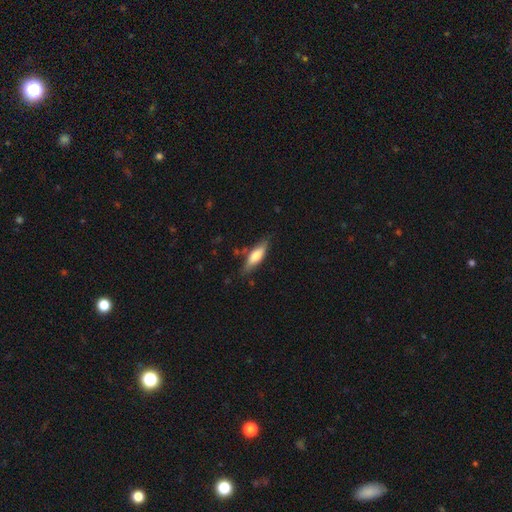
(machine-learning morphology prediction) Overall: smooth (69%). How rounded: in between (50%; cigar-shaped 48%). Merging: none (75%).